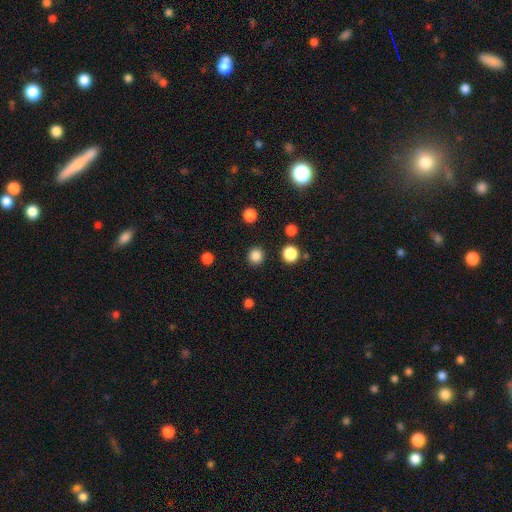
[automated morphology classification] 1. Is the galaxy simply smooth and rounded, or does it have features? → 85% smooth, 13% star or artifact, 3% featured or disk.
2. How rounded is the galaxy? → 92% round, 7% in between, 1% cigar-shaped.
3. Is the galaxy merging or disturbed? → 91% none, 5% minor disturbance, 2% major disturbance, 2% merger.